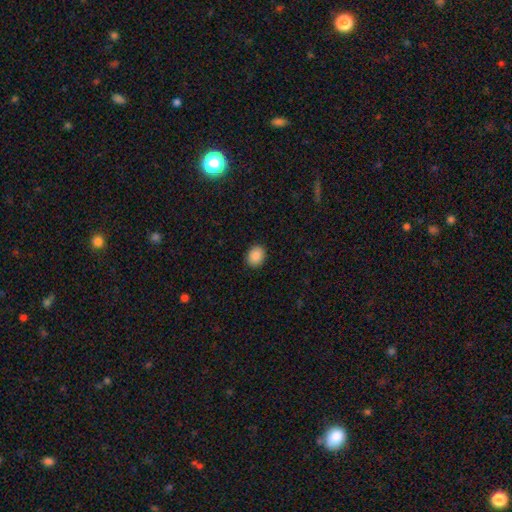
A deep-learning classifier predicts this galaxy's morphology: Q: Smooth or featured?
A: smooth (89%); runner-up: star or artifact (8%)
Q: How rounded?
A: in between (55%); runner-up: round (44%)
Q: Merging?
A: none (90%); runner-up: minor disturbance (7%)